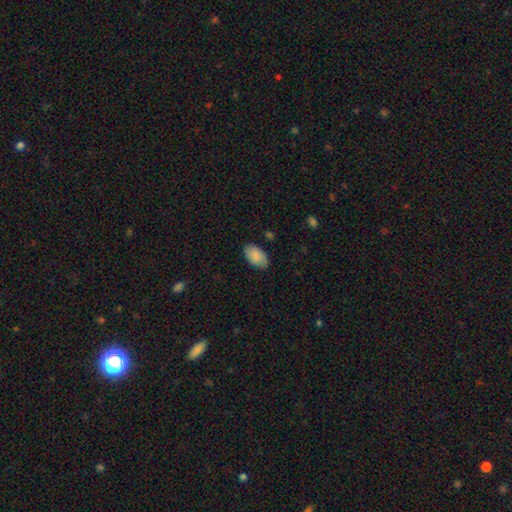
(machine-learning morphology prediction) Overall: smooth (87%). How rounded: in between (94%). Merging: none (82%).